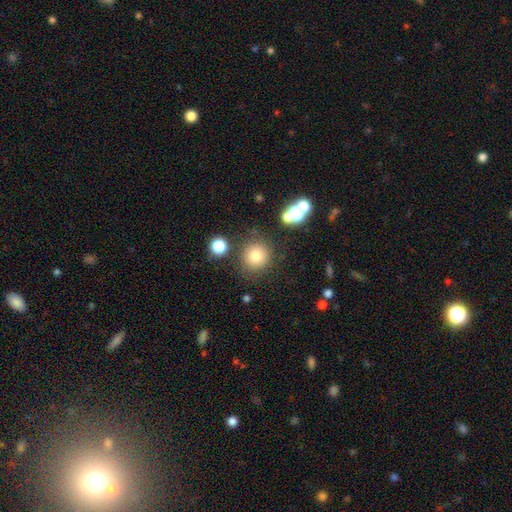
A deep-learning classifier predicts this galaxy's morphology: Smooth or featured?
  - smooth: 80% *
  - star or artifact: 13%
  - featured or disk: 7%
How rounded?
  - round: 91% *
  - in between: 9%
  - cigar-shaped: 1%
Merging?
  - none: 81% *
  - minor disturbance: 10%
  - merger: 6%
  - major disturbance: 4%